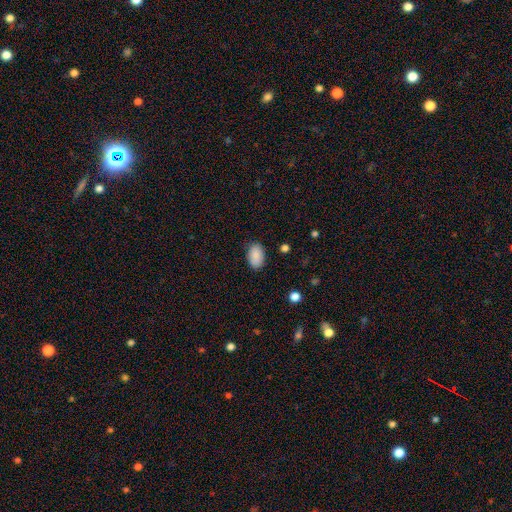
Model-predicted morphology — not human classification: smooth_or_featured: smooth (p=0.89) [alt: star or artifact p=0.07]
how_rounded: in between (p=0.91) [alt: round p=0.08]
merging: none (p=0.85) [alt: minor disturbance p=0.11]